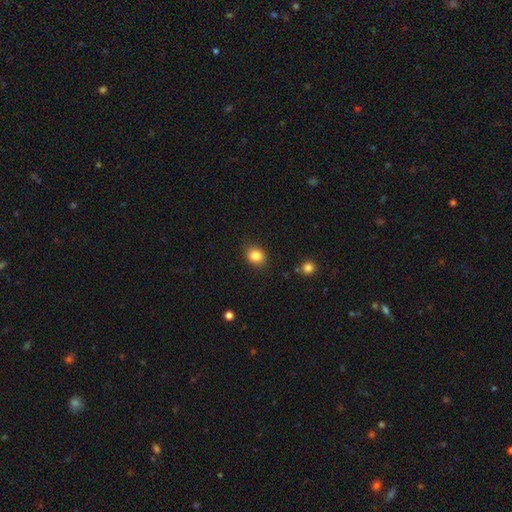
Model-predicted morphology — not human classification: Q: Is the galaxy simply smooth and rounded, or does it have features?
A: smooth — 84%.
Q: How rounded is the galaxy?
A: round — 60%.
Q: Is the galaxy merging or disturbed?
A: none — 86%.